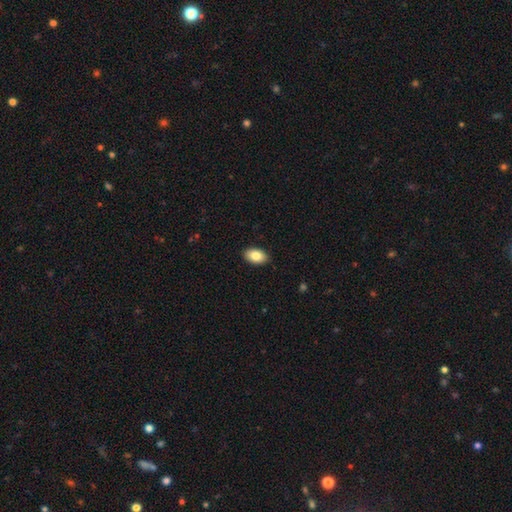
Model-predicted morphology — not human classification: smooth_or_featured: smooth (p=0.85) [alt: featured or disk p=0.08]
how_rounded: in between (p=0.92) [alt: round p=0.06]
merging: none (p=0.89) [alt: minor disturbance p=0.08]